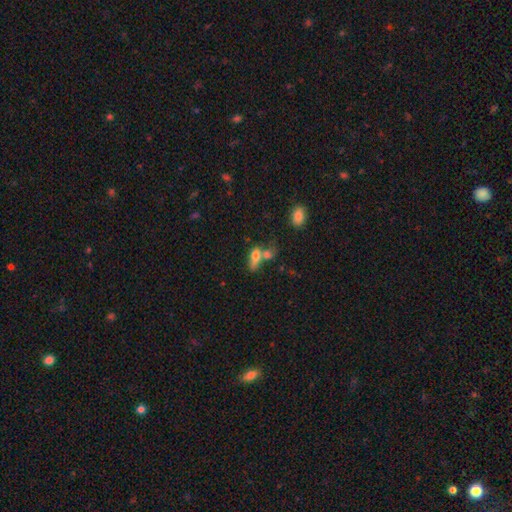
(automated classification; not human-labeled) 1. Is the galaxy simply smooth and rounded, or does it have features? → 69% smooth, 21% featured or disk, 11% star or artifact.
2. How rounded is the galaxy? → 69% in between, 18% cigar-shaped, 12% round.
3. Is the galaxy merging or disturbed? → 52% merger, 26% none, 12% minor disturbance, 10% major disturbance.